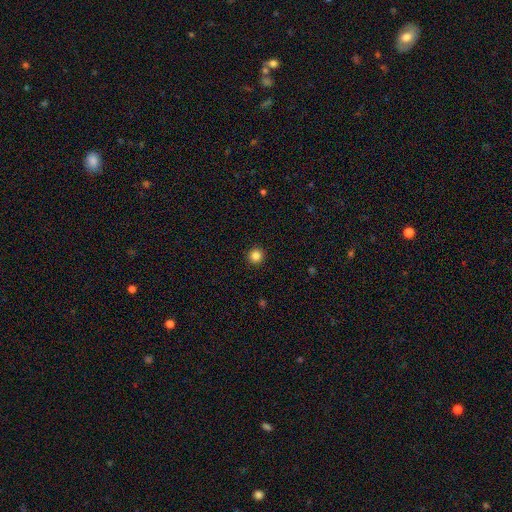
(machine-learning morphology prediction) Smooth or featured? Predicted: smooth (p=0.85). How rounded? Predicted: round (p=0.95). Merging? Predicted: none (p=0.93).